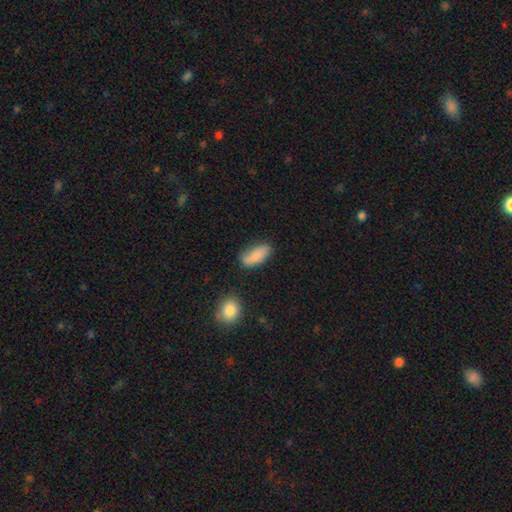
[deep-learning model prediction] smooth 84%, featured or disk 9%, star or artifact 8%. Down the decision tree: how rounded — in between (80%); merging — none (61%).